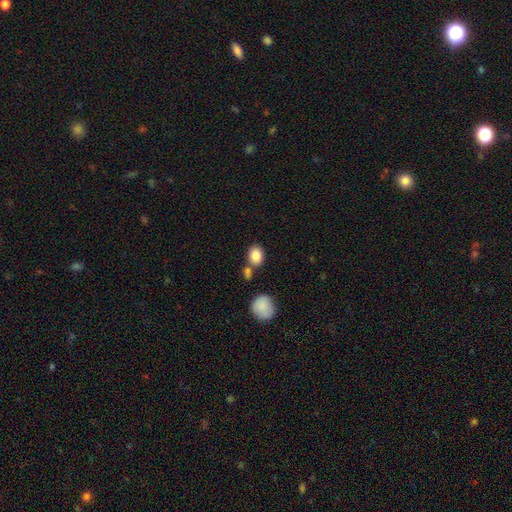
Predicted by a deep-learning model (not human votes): smooth-or-featured: smooth: 85% | star or artifact: 9% | featured or disk: 7%
  how-rounded: in between: 63% | round: 35% | cigar-shaped: 1%
  merging: none: 66% | merger: 18% | minor disturbance: 12% | major disturbance: 4%